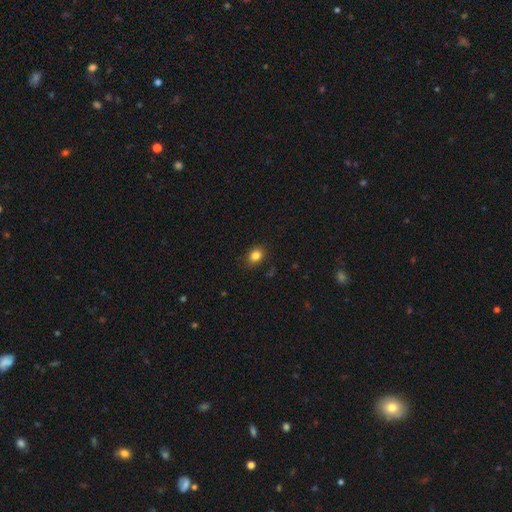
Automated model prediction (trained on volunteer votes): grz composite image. It shows a smooth galaxy with no disk features (84%) that is round (50%). Merging: none (87%).